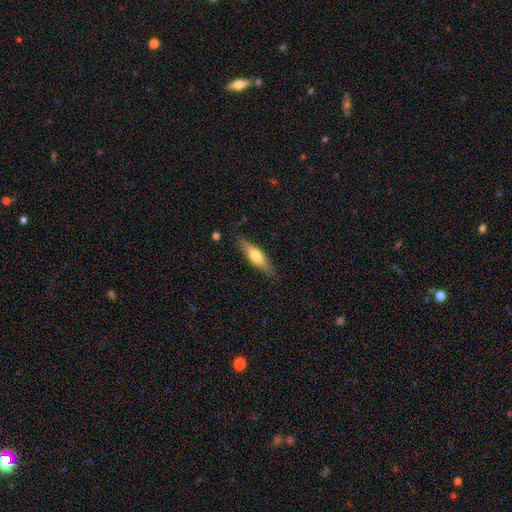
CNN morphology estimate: type=smooth (55%); roundness=cigar-shaped (60%); merging=none (83%).